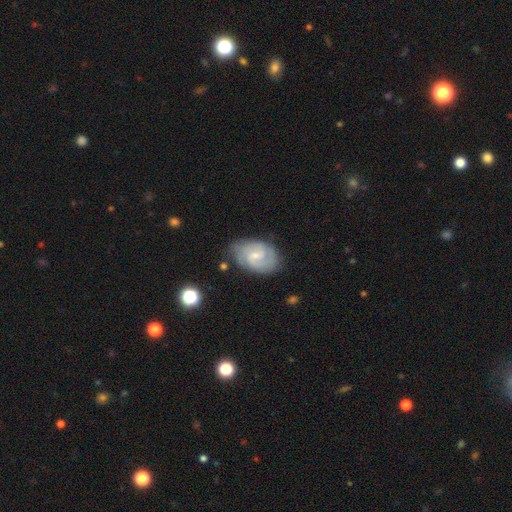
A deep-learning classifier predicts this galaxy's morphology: A featured or disk galaxy (77%) with a weak bar (57%), 2 (63%) tight (49%) spiral arms (94%) and a small central bulge (63%). Merging: none (73%).